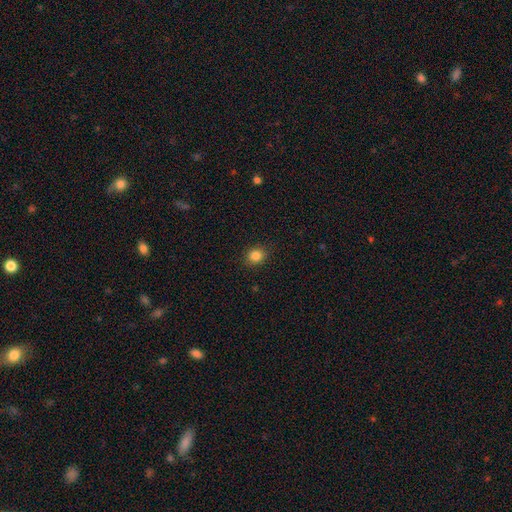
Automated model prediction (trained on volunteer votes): Smooth or featured: smooth — 84% (star or artifact — 12%)
How rounded: round — 78% (in between — 21%)
Merging: none — 90% (minor disturbance — 7%)